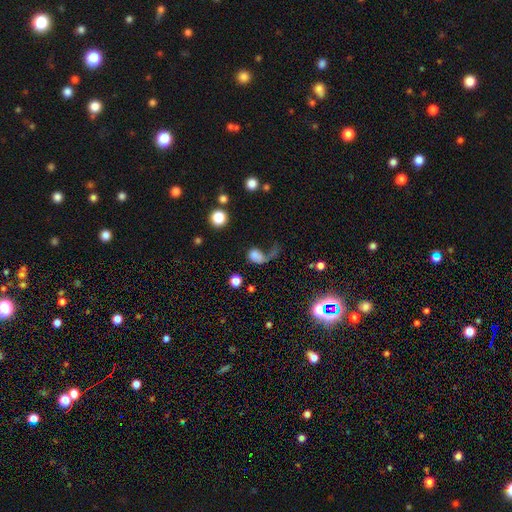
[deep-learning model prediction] This appears to be a smooth galaxy with no disk features (61%) that is in between round and cigar-shaped (53%). Merging: major disturbance (50%).